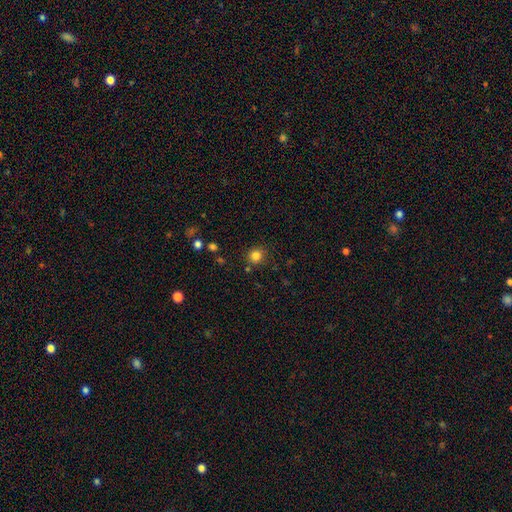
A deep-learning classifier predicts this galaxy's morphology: smooth-or-featured: smooth: 82% | star or artifact: 13% | featured or disk: 5%
  how-rounded: round: 90% | in between: 10% | cigar-shaped: 1%
  merging: none: 84% | minor disturbance: 10% | merger: 4% | major disturbance: 3%